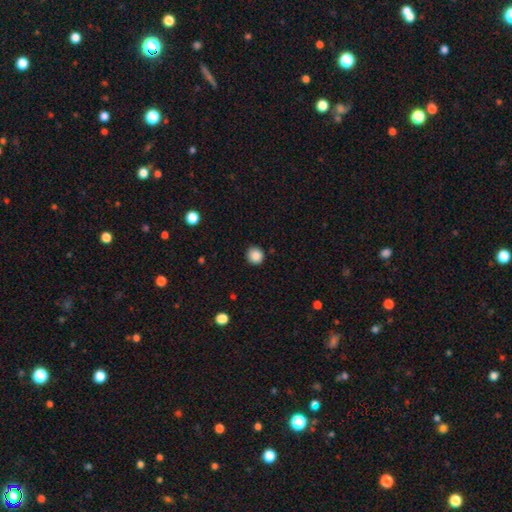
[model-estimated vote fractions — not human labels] smooth-or-featured: smooth: 87% | star or artifact: 10% | featured or disk: 3%
  how-rounded: round: 89% | in between: 10% | cigar-shaped: 1%
  merging: none: 89% | minor disturbance: 8% | major disturbance: 2% | merger: 1%